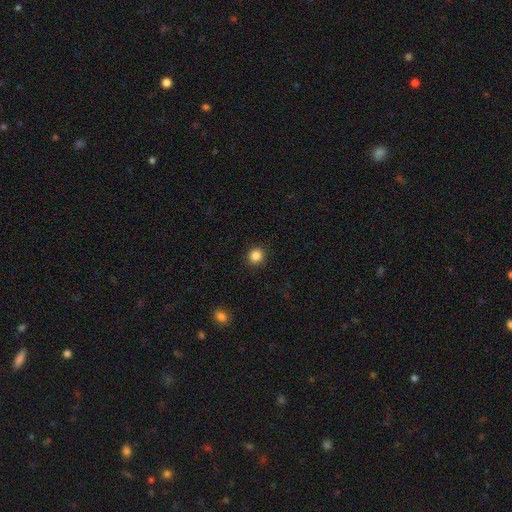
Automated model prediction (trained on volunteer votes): smooth-or-featured: smooth: 85% | star or artifact: 11% | featured or disk: 4%
  how-rounded: round: 90% | in between: 9% | cigar-shaped: 1%
  merging: none: 91% | minor disturbance: 6% | major disturbance: 2% | merger: 1%